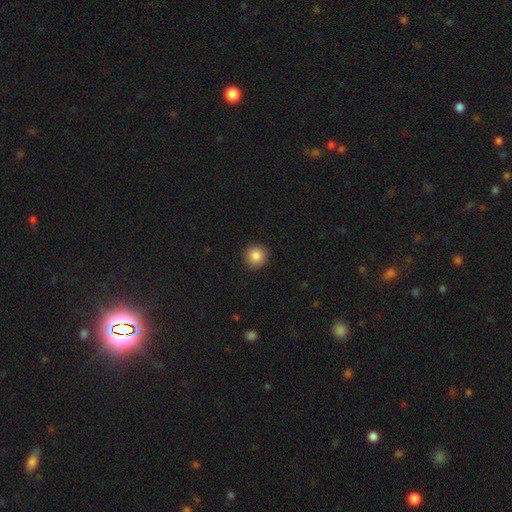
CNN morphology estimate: Smooth or featured?
  - smooth: 86% *
  - star or artifact: 10%
  - featured or disk: 5%
How rounded?
  - round: 93% *
  - in between: 6%
  - cigar-shaped: 1%
Merging?
  - none: 92% *
  - minor disturbance: 5%
  - major disturbance: 2%
  - merger: 1%